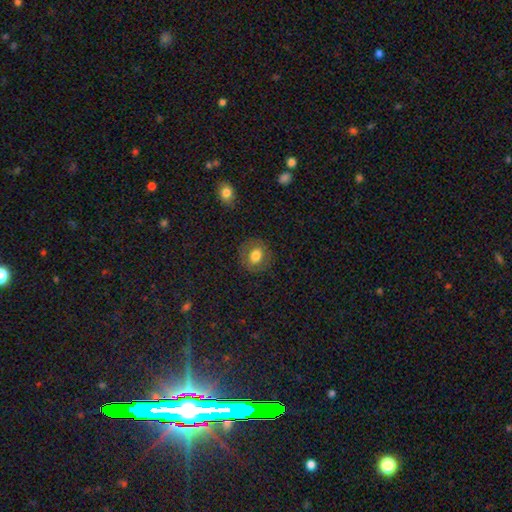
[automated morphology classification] A smooth galaxy with no disk features (73%) that is round (73%).

Vote fractions:
- Smooth or featured? smooth: 73% / featured or disk: 17% / star or artifact: 10%
- How rounded? round: 73% / in between: 26% / cigar-shaped: 1%
- Merging? none: 84% / minor disturbance: 11% / major disturbance: 4% / merger: 1%